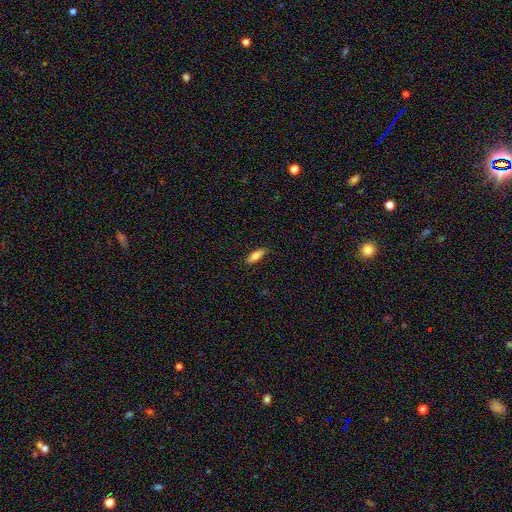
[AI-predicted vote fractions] A smooth galaxy with no disk features (79%) that is in between round and cigar-shaped (59%).

Vote fractions:
- Smooth or featured? smooth: 79% / featured or disk: 14% / star or artifact: 7%
- How rounded? in between: 59% / cigar-shaped: 39% / round: 2%
- Merging? none: 87% / minor disturbance: 10% / major disturbance: 2% / merger: 1%